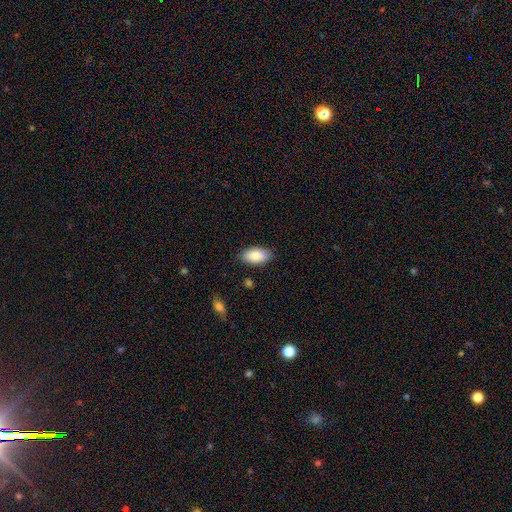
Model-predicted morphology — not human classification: Smooth or featured? smooth (82%)
How rounded? in between (94%)
Merging? none (84%)